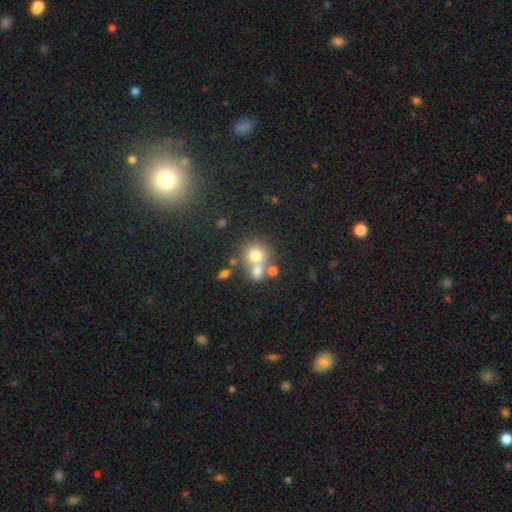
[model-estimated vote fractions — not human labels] smooth-or-featured: smooth: 70% | featured or disk: 16% | star or artifact: 14%
  how-rounded: round: 80% | in between: 19% | cigar-shaped: 1%
  merging: merger: 45% | none: 41% | minor disturbance: 9% | major disturbance: 5%